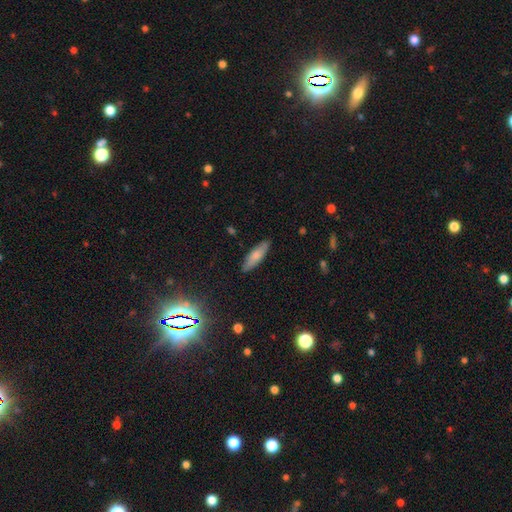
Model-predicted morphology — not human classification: smooth_or_featured: smooth (p=0.74) [alt: featured or disk p=0.20]
how_rounded: cigar-shaped (p=0.57) [alt: in between p=0.41]
merging: none (p=0.86) [alt: minor disturbance p=0.11]